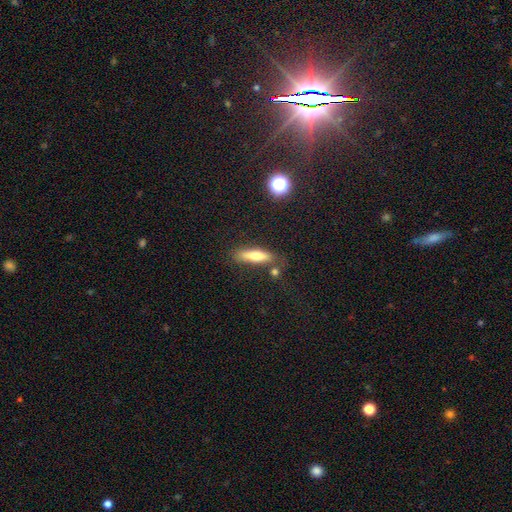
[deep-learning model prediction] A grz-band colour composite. It shows a smooth galaxy with no disk features (64%) that is cigar-shaped (74%). Merging: none (76%).